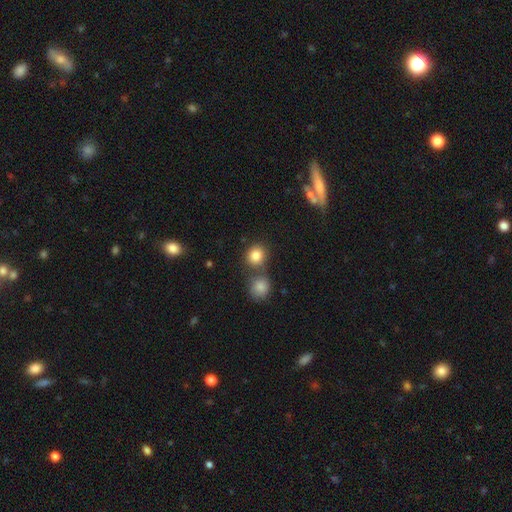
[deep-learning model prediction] The model was most divided on "merging": none: 60%, merger: 28%, minor disturbance: 9%, major disturbance: 3%. More confident: smooth or featured — smooth (84%); how rounded — round (82%).